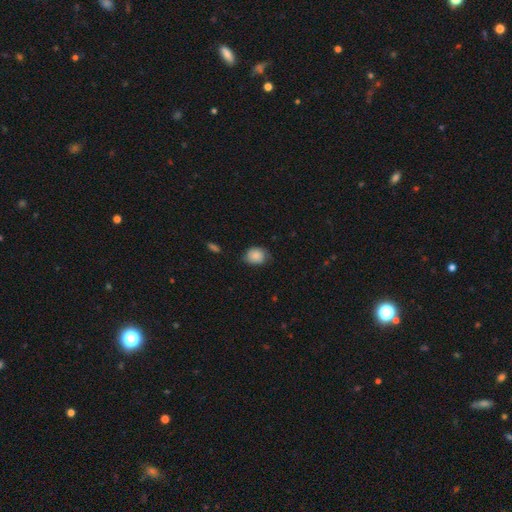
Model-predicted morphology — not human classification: smooth 82%, featured or disk 10%, star or artifact 8%. Down the decision tree: how rounded — round (50%); merging — none (64%).